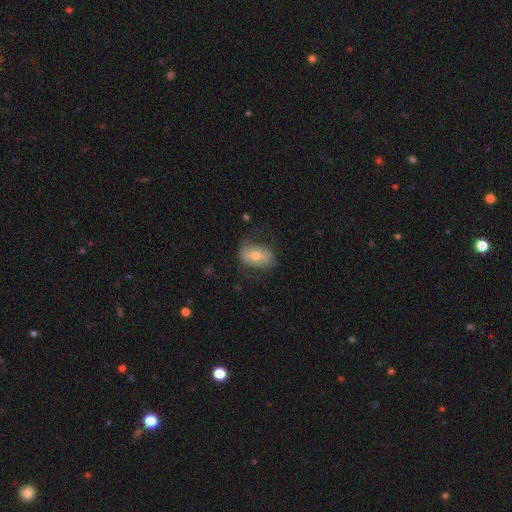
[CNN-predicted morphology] Smooth or featured: smooth — 55% (featured or disk — 38%)
How rounded: in between — 83% (round — 16%)
Merging: none — 68% (minor disturbance — 21%)